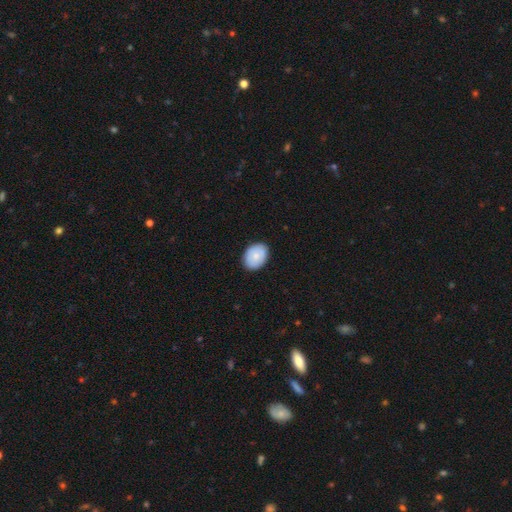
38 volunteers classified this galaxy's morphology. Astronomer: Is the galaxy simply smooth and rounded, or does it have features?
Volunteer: smooth — 82%.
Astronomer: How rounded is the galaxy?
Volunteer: in between — 68%.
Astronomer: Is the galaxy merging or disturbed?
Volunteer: none — 78%.